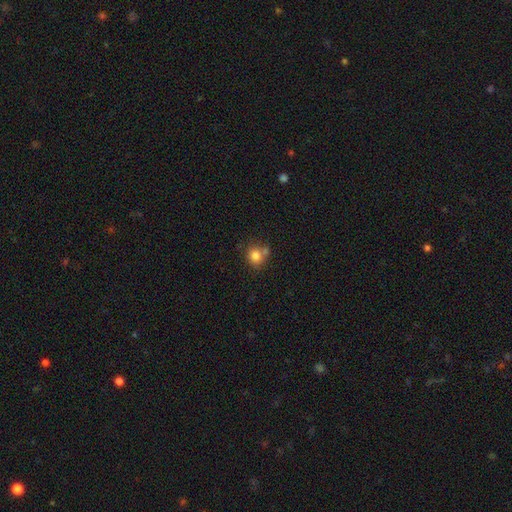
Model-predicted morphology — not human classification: This is clearly a smooth galaxy (81%). How rounded: clearly round (83%). Merging: possibly none (59%).